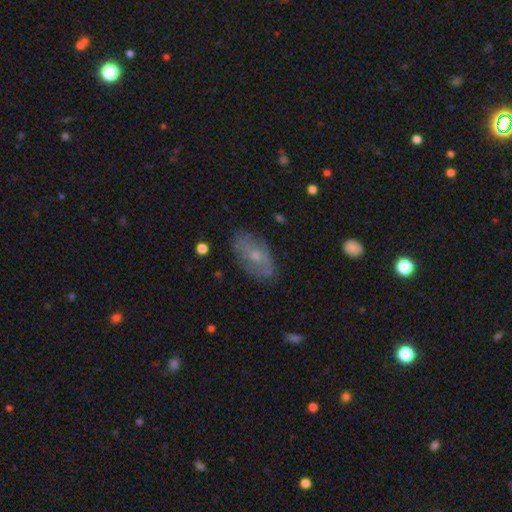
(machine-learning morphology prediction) Smooth or featured? smooth (46%, tied with featured or disk)
Merging? none (76%)